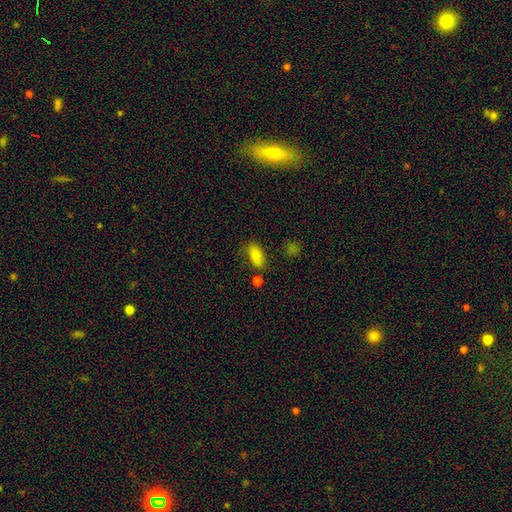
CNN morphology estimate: Smooth or featured? smooth (81%)
How rounded? in between (90%)
Merging? none (68%)